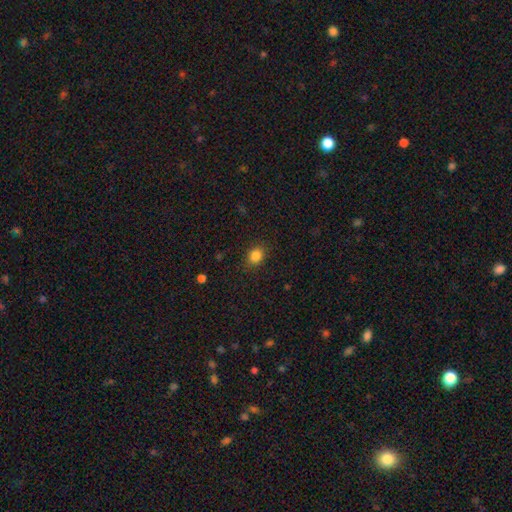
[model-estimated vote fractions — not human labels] A smooth galaxy with no disk features (84%) that is round (56%). Merging: none (86%).